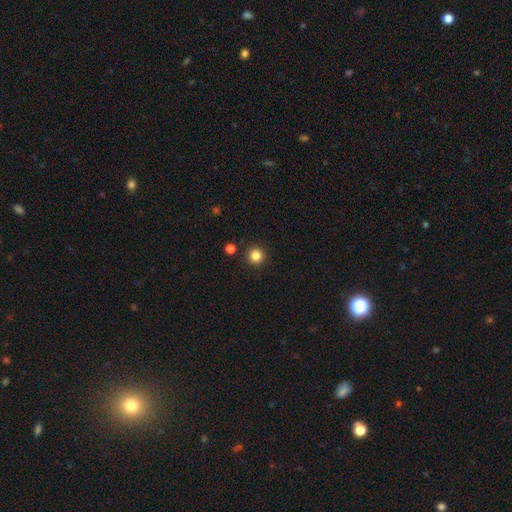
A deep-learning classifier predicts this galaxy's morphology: smooth_or_featured: smooth (p=0.84) [alt: star or artifact p=0.12]
how_rounded: round (p=0.96) [alt: in between p=0.03]
merging: none (p=0.92) [alt: minor disturbance p=0.05]